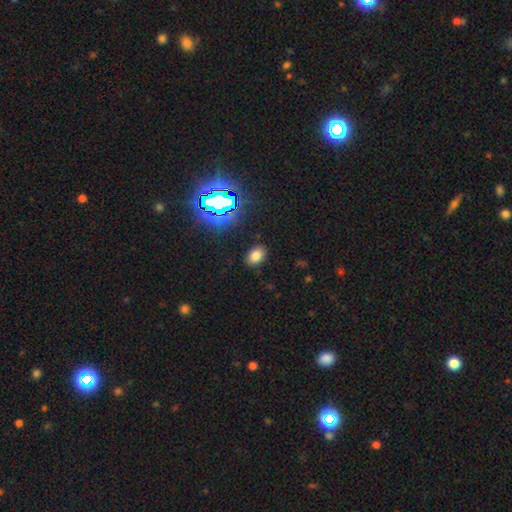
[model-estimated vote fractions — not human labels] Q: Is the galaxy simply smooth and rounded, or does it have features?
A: smooth — 74%.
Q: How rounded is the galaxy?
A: in between — 78%.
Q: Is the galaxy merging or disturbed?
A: none — 86%.